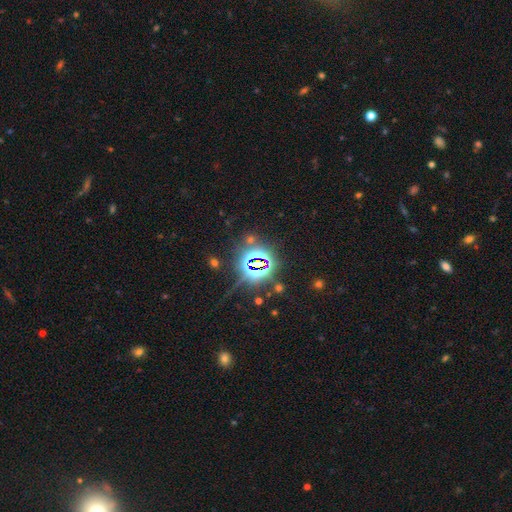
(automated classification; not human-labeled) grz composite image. It shows a star or artifact, not a galaxy (82%).